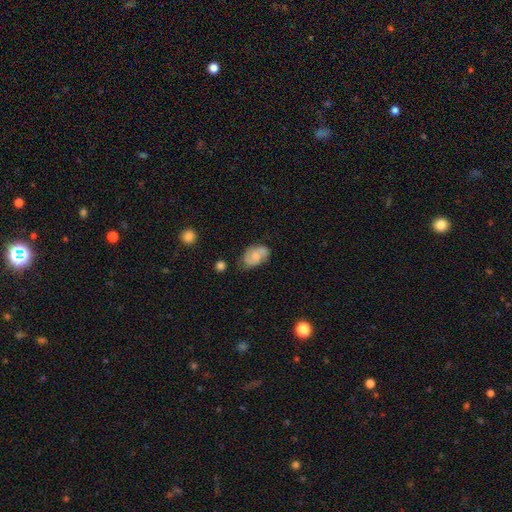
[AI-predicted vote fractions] Smooth or featured? Predicted: smooth (p=0.47). Merging? Predicted: none (p=0.57).